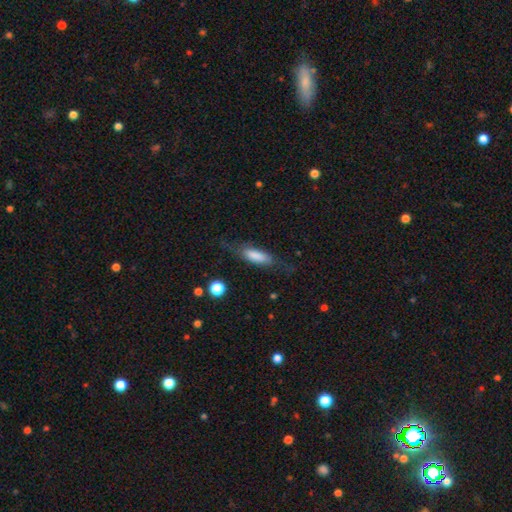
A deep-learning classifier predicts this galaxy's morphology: Smooth or featured?
  - smooth: 72% *
  - featured or disk: 21%
  - star or artifact: 7%
How rounded?
  - in between: 53% *
  - cigar-shaped: 45%
  - round: 3%
Merging?
  - none: 66% *
  - minor disturbance: 21%
  - major disturbance: 11%
  - merger: 2%